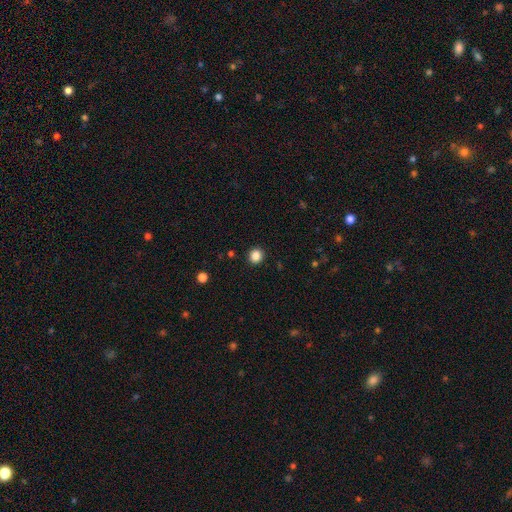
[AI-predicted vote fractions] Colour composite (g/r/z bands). It shows a smooth galaxy with no disk features (86%) that is round (90%). Merging: none (92%).